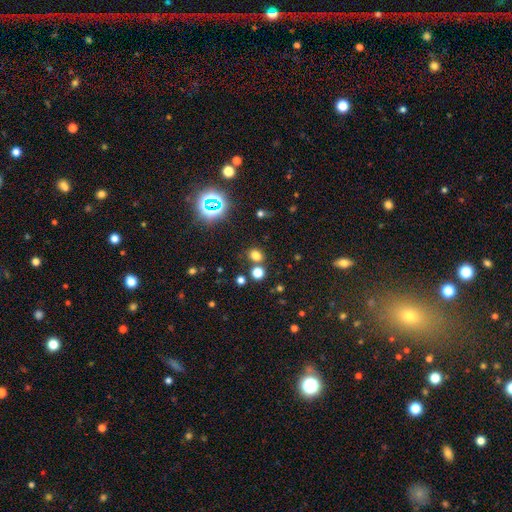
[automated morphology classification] Smooth or featured? smooth (68%)
How rounded? round (65%)
Merging? none (74%)